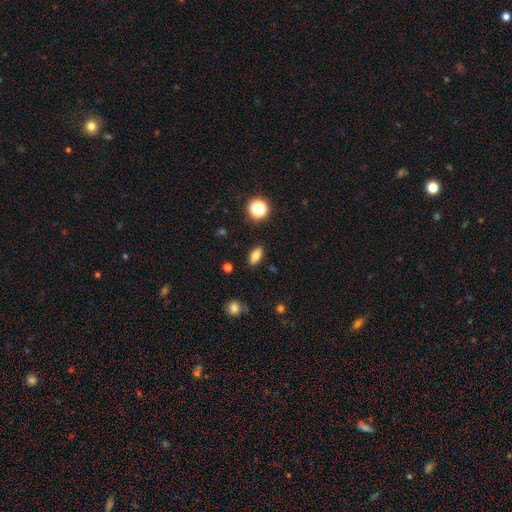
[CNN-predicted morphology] Q: Smooth or featured?
A: smooth (78%); runner-up: star or artifact (12%)
Q: How rounded?
A: in between (78%); runner-up: cigar-shaped (15%)
Q: Merging?
A: none (88%); runner-up: minor disturbance (8%)